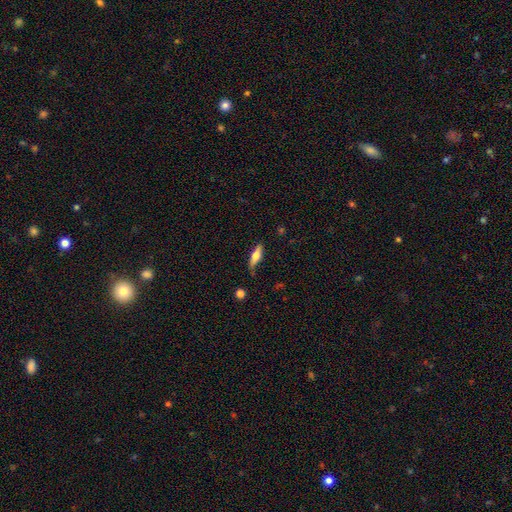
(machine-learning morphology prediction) Smooth or featured? smooth (50%)
How rounded? cigar-shaped (59%)
Merging? none (76%)